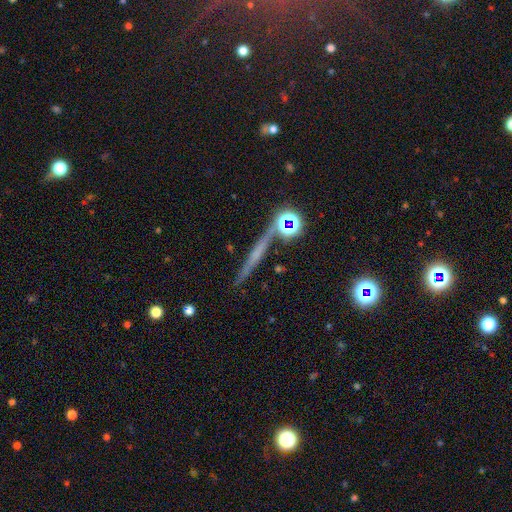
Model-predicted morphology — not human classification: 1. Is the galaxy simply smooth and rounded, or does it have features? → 41% featured or disk, 32% star or artifact, 27% smooth.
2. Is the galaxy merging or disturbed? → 81% none, 9% minor disturbance, 6% merger, 4% major disturbance.